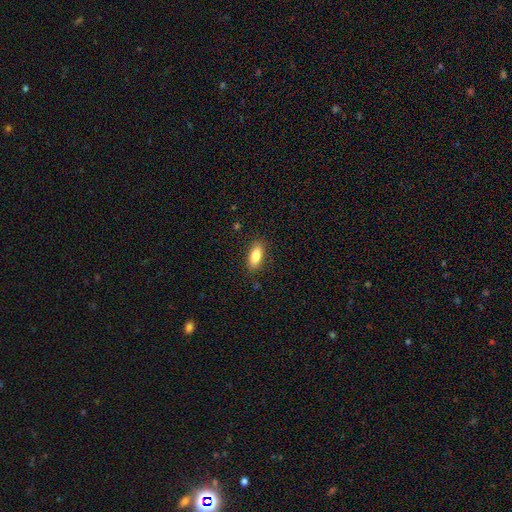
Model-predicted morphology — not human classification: This appears to be a smooth galaxy with no disk features (82%) that is in between round and cigar-shaped (79%). Merging: none (87%).